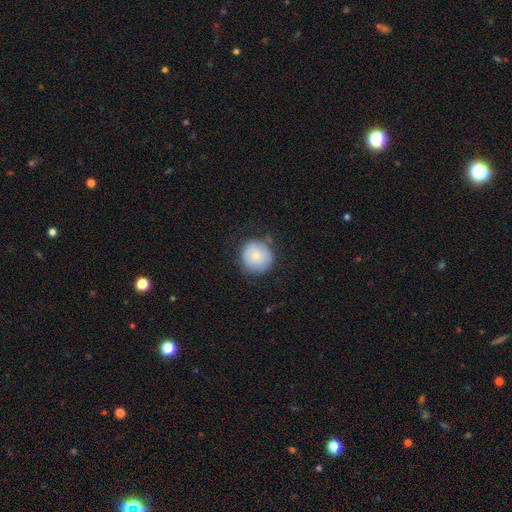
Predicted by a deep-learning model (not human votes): The model was most divided on "merging": none: 72%, minor disturbance: 20%, major disturbance: 6%, merger: 2%. More confident: how rounded — round (93%); smooth or featured — smooth (73%).